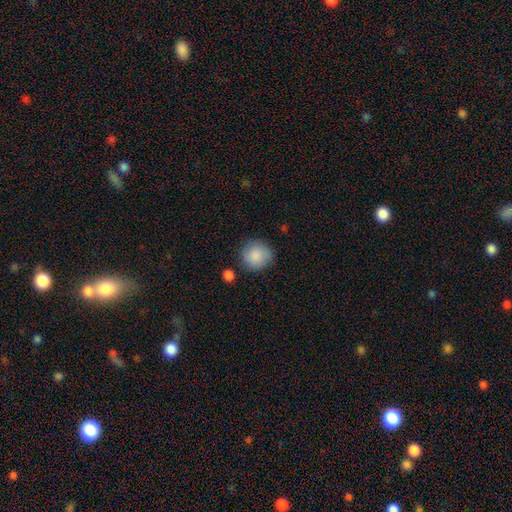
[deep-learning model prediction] Morphology: type=smooth (88%); roundness=round (92%); merging=none (81%).